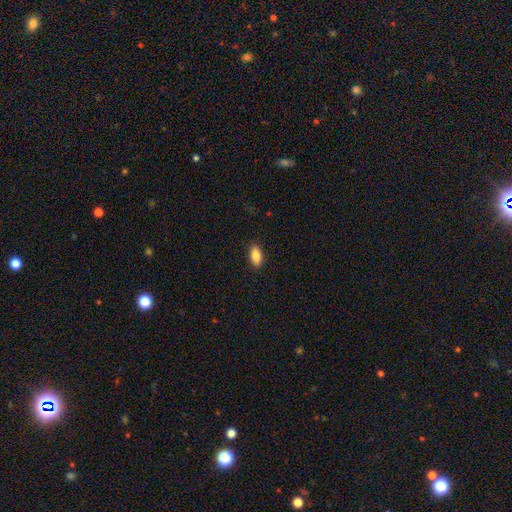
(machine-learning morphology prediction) smooth_or_featured: smooth (p=0.84) [alt: featured or disk p=0.09]
how_rounded: in between (p=0.88) [alt: cigar-shaped p=0.09]
merging: none (p=0.89) [alt: minor disturbance p=0.08]